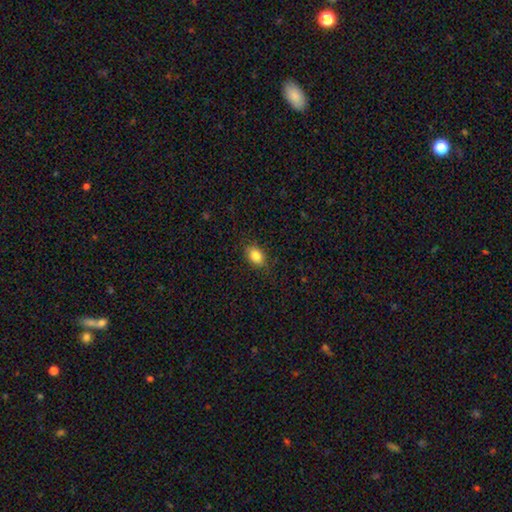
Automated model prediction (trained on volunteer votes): Smooth or featured? smooth (85%)
How rounded? in between (82%)
Merging? none (83%)